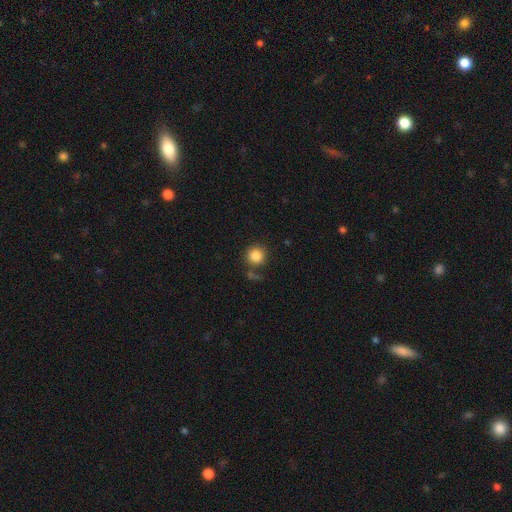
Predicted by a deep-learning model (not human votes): A smooth galaxy with no disk features (85%) that is round (93%). Merging: none (74%).